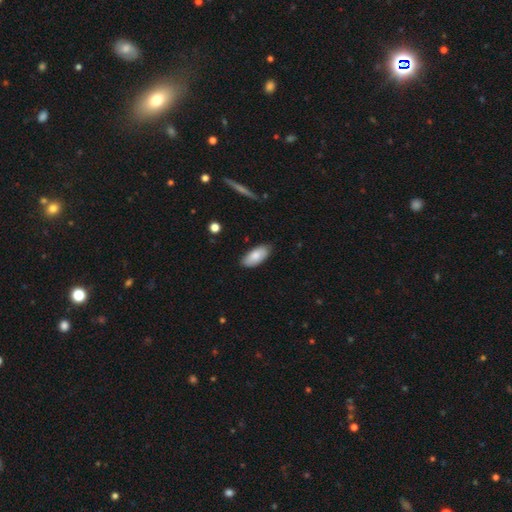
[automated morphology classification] Overall: smooth (82%). How rounded: in between (91%). Merging: none (83%).